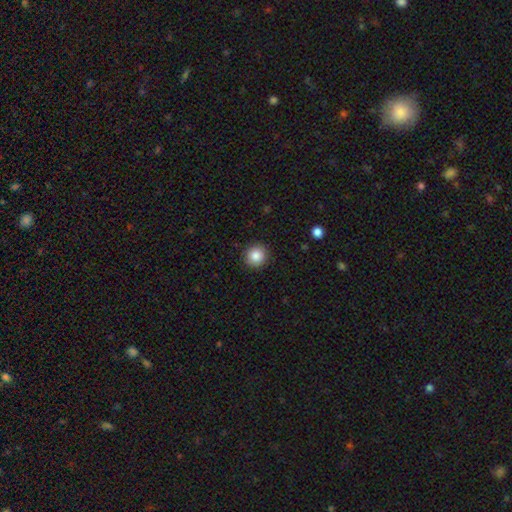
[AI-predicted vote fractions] A smooth galaxy with no disk features (85%) that is round (92%).

Vote fractions:
- Smooth or featured? smooth: 85% / star or artifact: 9% / featured or disk: 5%
- How rounded? round: 92% / in between: 7% / cigar-shaped: 1%
- Merging? none: 91% / minor disturbance: 6% / major disturbance: 2% / merger: 1%